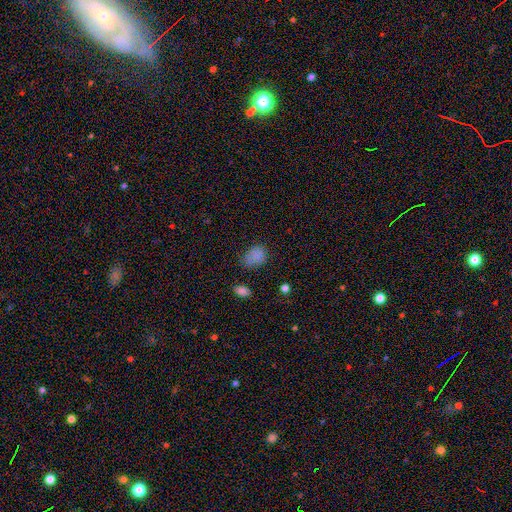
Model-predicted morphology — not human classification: The model was most divided on "merging": none: 58%, minor disturbance: 28%, major disturbance: 10%, merger: 4%. More confident: smooth or featured — smooth (79%); how rounded — in between (74%).